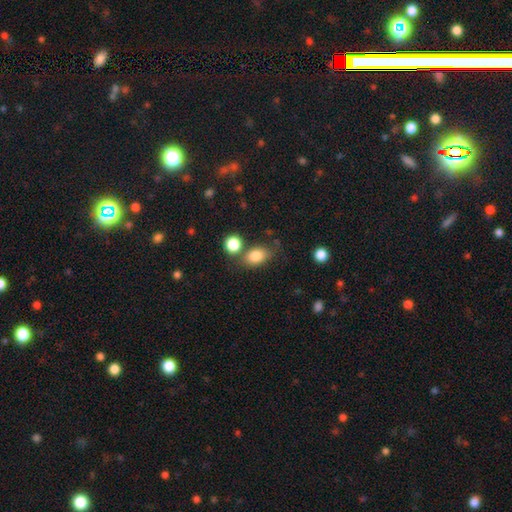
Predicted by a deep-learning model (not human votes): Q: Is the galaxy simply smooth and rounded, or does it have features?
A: smooth — 83%.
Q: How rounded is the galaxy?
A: in between — 79%.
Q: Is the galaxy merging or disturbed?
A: none — 63%.